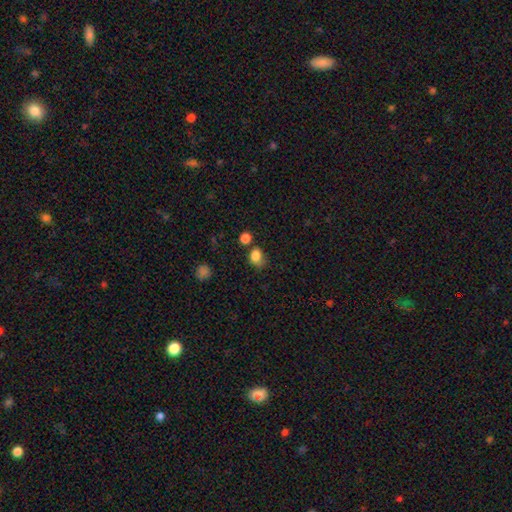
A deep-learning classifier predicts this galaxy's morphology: Overall: smooth (83%). How rounded: in between (51%; round 48%). Merging: none (48%; minor disturbance 29%).